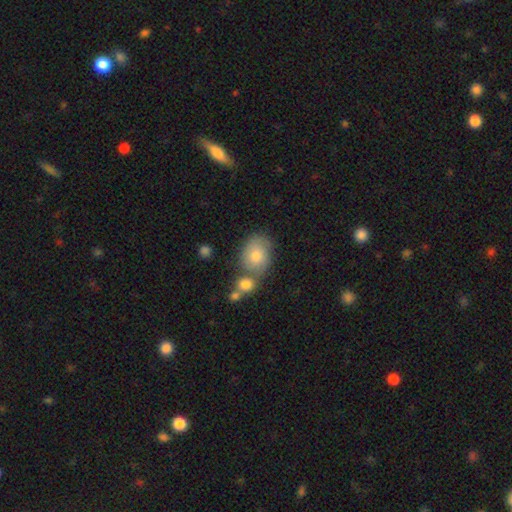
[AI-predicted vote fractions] This appears to be a smooth galaxy with no disk features (71%) that is in between round and cigar-shaped (56%). Merging: none (50%).